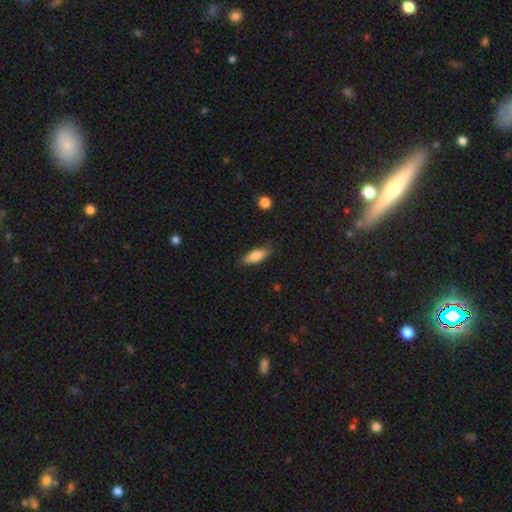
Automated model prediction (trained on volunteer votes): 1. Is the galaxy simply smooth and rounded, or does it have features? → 82% smooth, 11% featured or disk, 7% star or artifact.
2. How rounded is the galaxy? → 66% in between, 31% cigar-shaped, 2% round.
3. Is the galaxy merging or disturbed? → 77% none, 18% minor disturbance, 3% major disturbance, 1% merger.